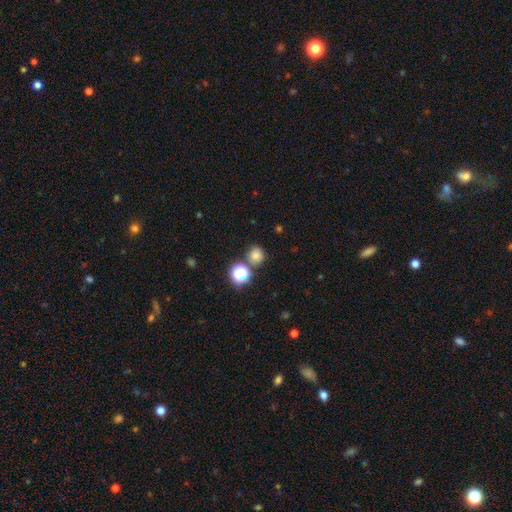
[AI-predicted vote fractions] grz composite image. It shows a smooth galaxy with no disk features (74%) that is round (86%). Merging: none (74%).